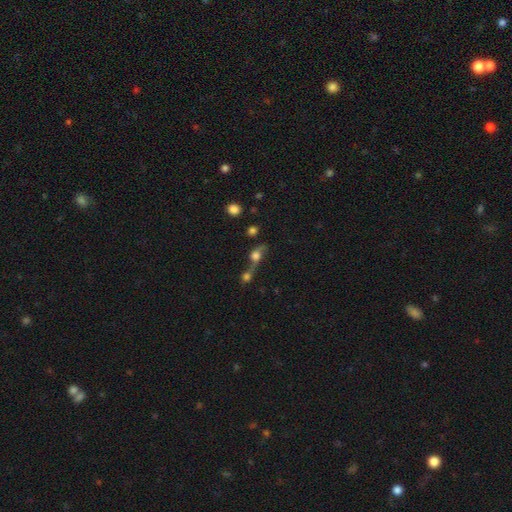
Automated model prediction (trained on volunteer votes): smooth_or_featured: smooth (p=0.52) [alt: featured or disk p=0.33]
how_rounded: round (p=0.56) [alt: in between p=0.35]
merging: merger (p=0.65) [alt: none p=0.18]